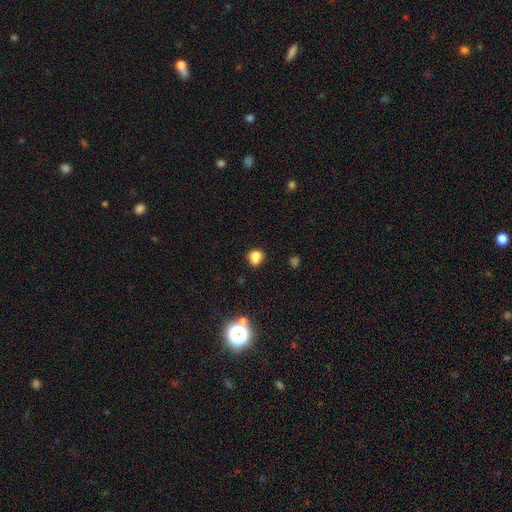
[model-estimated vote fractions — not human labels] Overall: smooth (80%). How rounded: round (67%; in between 32%). Merging: none (65%).